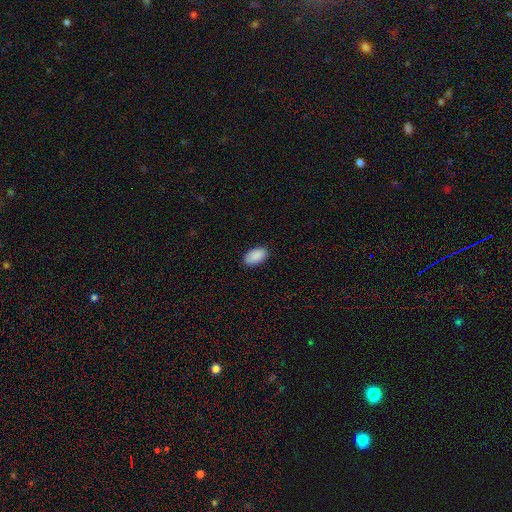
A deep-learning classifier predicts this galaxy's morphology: This appears to be a smooth galaxy with no disk features (91%) that is in between round and cigar-shaped (95%). Merging: none (87%).